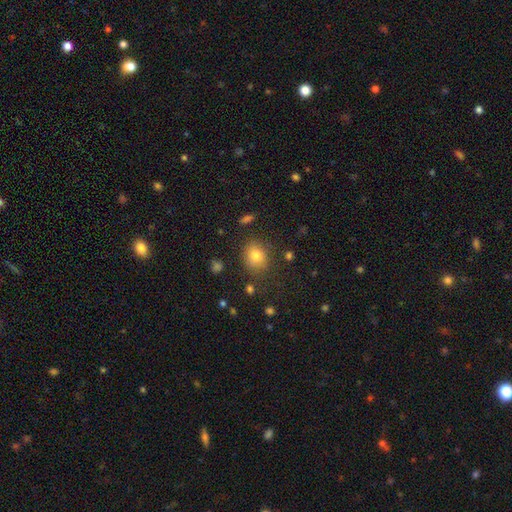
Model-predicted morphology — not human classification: This appears to be a smooth galaxy with no disk features (79%) that is round (65%). Merging: none (79%).